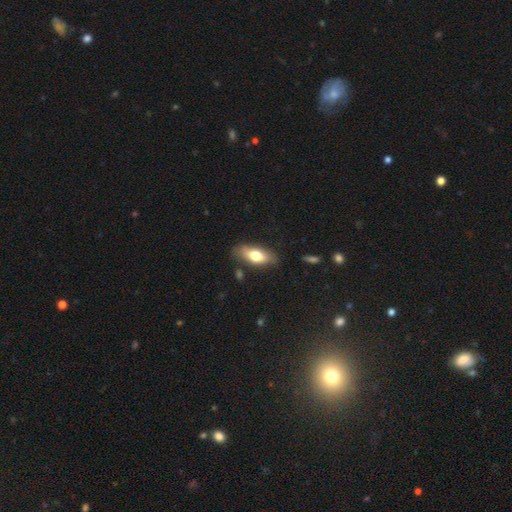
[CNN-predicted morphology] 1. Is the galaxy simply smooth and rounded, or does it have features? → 69% smooth, 24% featured or disk, 6% star or artifact.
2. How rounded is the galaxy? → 79% in between, 18% cigar-shaped, 3% round.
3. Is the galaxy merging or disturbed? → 80% none, 15% minor disturbance, 3% major disturbance, 2% merger.